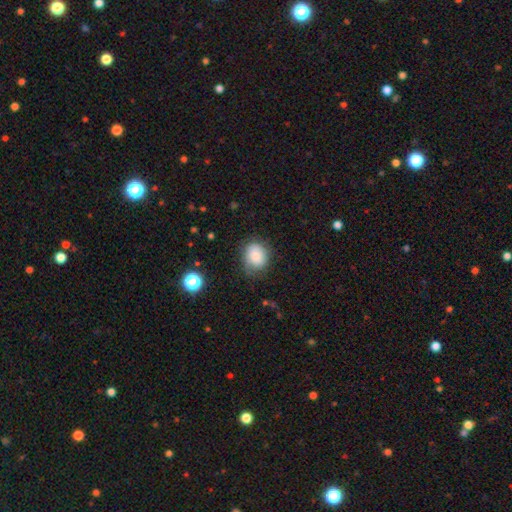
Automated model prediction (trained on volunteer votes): smooth_or_featured: smooth (p=0.79) [alt: featured or disk p=0.12]
how_rounded: round (p=0.59) [alt: in between p=0.40]
merging: none (p=0.65) [alt: minor disturbance p=0.25]